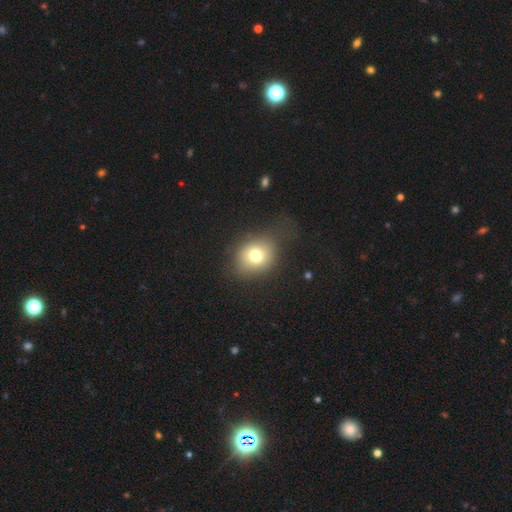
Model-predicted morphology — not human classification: A smooth galaxy with no disk features (74%) that is round (61%).

Vote fractions:
- Smooth or featured? smooth: 74% / featured or disk: 13% / star or artifact: 13%
- How rounded? round: 61% / in between: 38% / cigar-shaped: 1%
- Merging? none: 62% / minor disturbance: 22% / major disturbance: 15% / merger: 2%